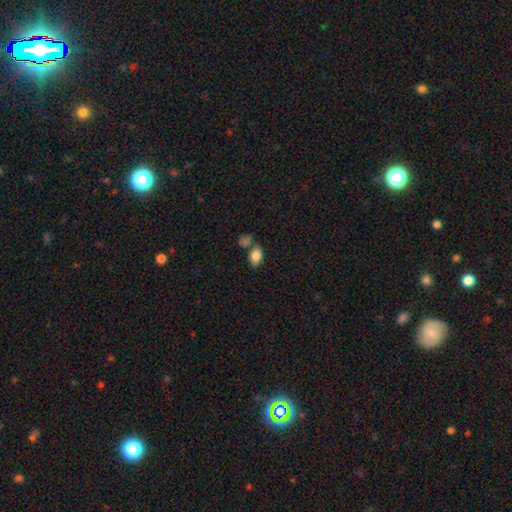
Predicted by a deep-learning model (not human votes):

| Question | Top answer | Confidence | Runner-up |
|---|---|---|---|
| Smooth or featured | smooth | 85% | star or artifact (8%) |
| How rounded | in between | 87% | round (11%) |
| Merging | none | 59% | merger (22%) |